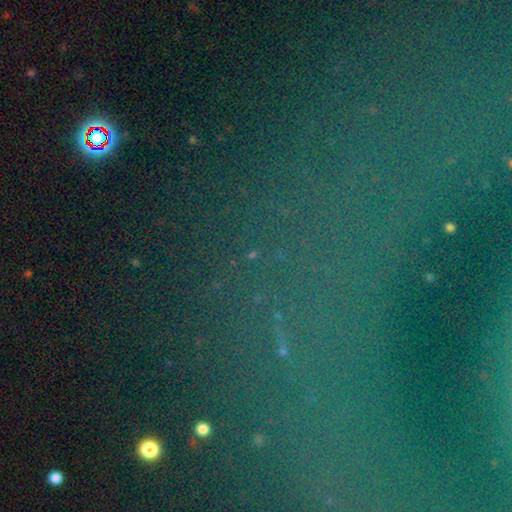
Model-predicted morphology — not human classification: star or artifact 76%, smooth 12%, featured or disk 11%.